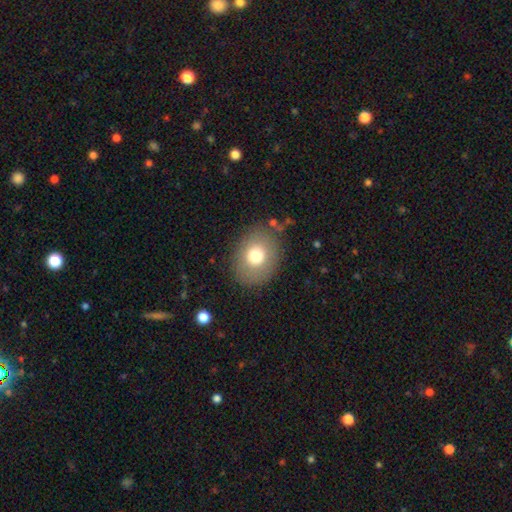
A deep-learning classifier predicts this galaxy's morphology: Overall: smooth (74%). How rounded: in between (51%; round 48%). Merging: none (82%).